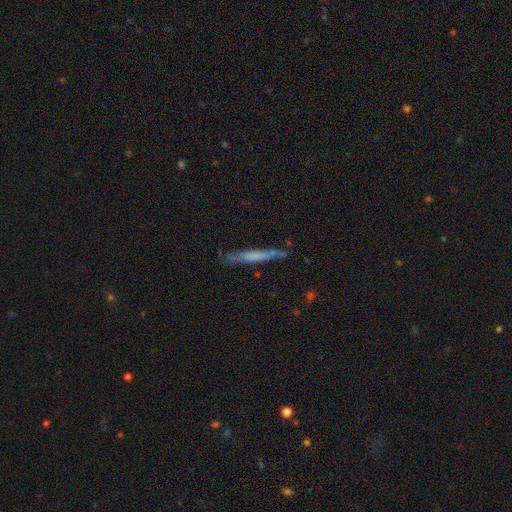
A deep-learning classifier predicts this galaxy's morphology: Smooth or featured? Predicted: smooth (p=0.47). Merging? Predicted: none (p=0.80).